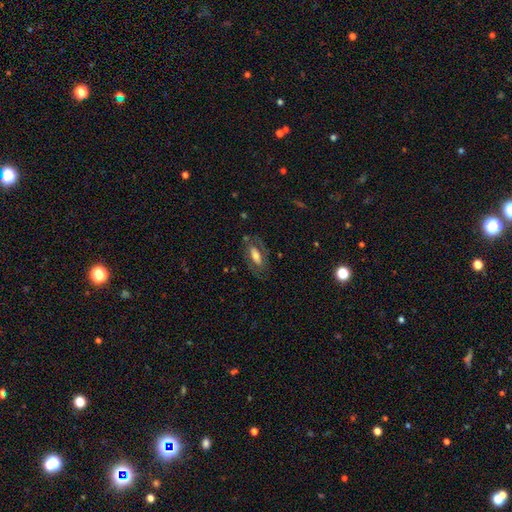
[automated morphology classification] Q: Smooth or featured?
A: featured or disk (47%); runner-up: smooth (46%)
Q: Merging?
A: none (69%); runner-up: minor disturbance (18%)